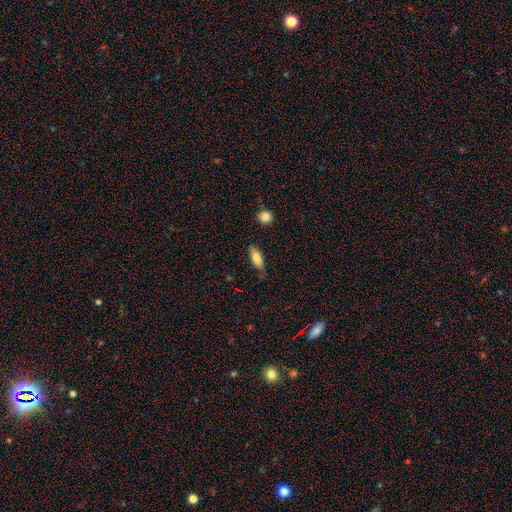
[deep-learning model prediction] A smooth galaxy with no disk features (79%) that is in between round and cigar-shaped (71%).

Vote fractions:
- Smooth or featured? smooth: 79% / featured or disk: 14% / star or artifact: 7%
- How rounded? in between: 71% / cigar-shaped: 26% / round: 3%
- Merging? none: 76% / minor disturbance: 19% / major disturbance: 4% / merger: 2%